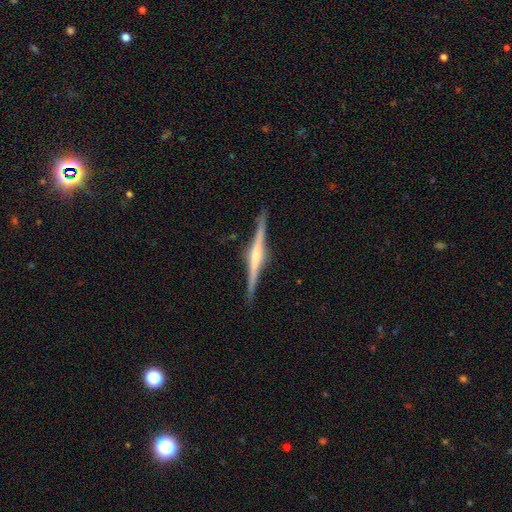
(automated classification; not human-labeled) smooth-or-featured: featured or disk: 82% | smooth: 13% | star or artifact: 5%
  disk-edge-on: yes: 99% | no: 1%
    edge-on-bulge: rounded: 67% | boxy: 21% | none: 12%
  merging: none: 91% | minor disturbance: 7% | major disturbance: 1% | merger: 1%